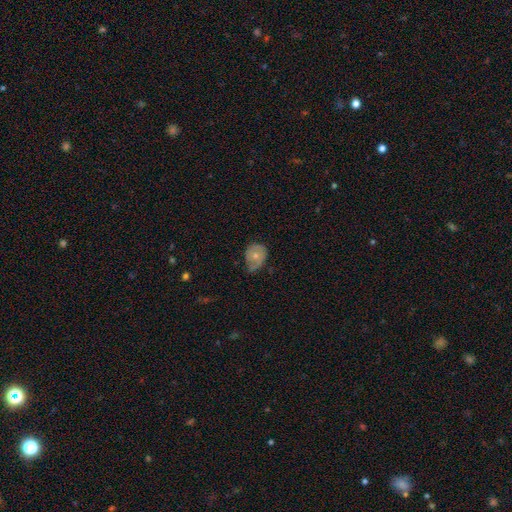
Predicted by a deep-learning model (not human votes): The model was most divided on "merging": minor disturbance: 40%, none: 38%, major disturbance: 19%, merger: 2%. More confident: how rounded — in between (55%); smooth or featured — smooth (51%).